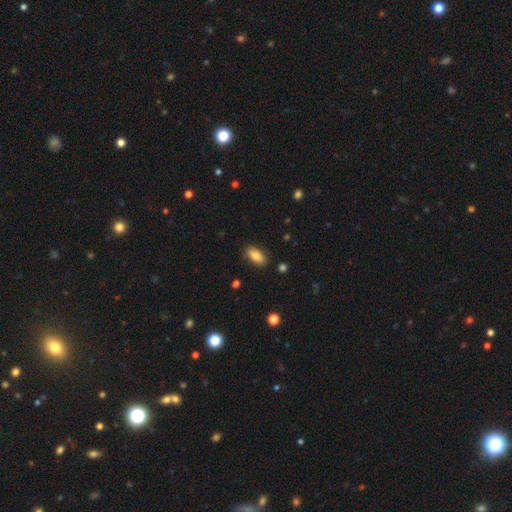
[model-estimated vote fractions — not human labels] Smooth or featured? smooth (81%)
How rounded? in between (87%)
Merging? none (85%)